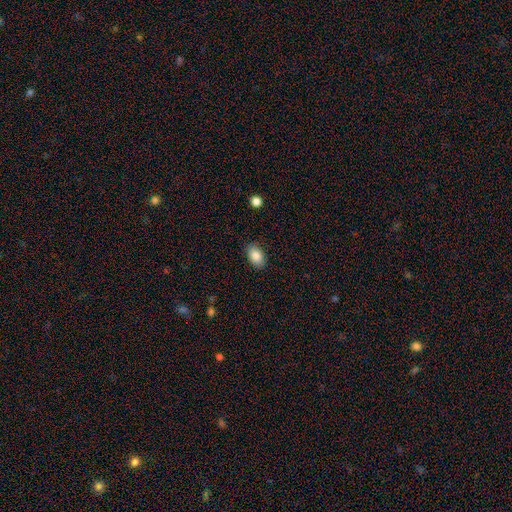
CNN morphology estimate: This is clearly a smooth galaxy (85%). How rounded: clearly in between (88%). Merging: clearly none (87%).